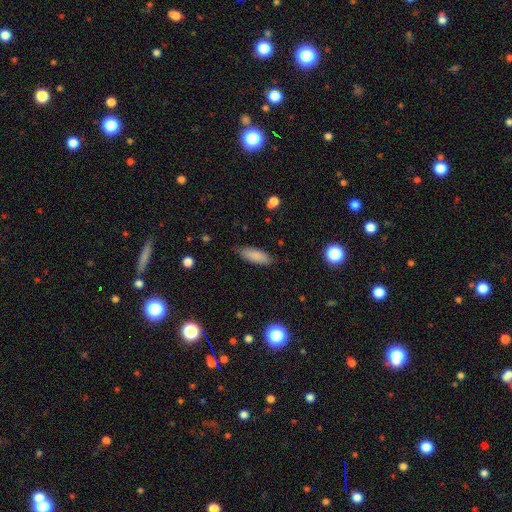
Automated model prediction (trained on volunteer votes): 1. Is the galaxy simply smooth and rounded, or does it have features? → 86% smooth, 7% featured or disk, 7% star or artifact.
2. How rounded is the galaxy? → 65% in between, 33% cigar-shaped, 2% round.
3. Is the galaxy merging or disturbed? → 81% none, 15% minor disturbance, 3% major disturbance, 1% merger.